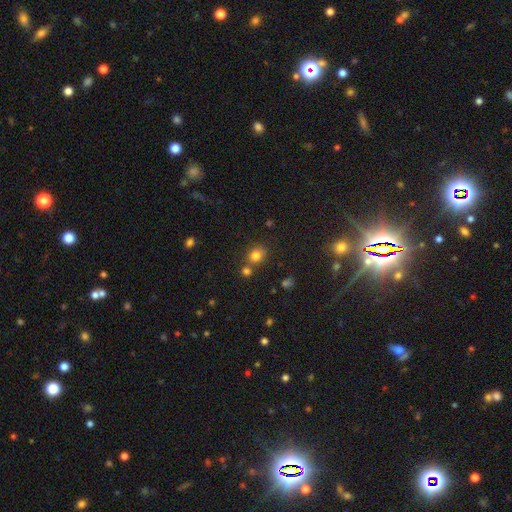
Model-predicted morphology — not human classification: Smooth or featured? smooth (79%)
How rounded? round (64%)
Merging? none (64%)